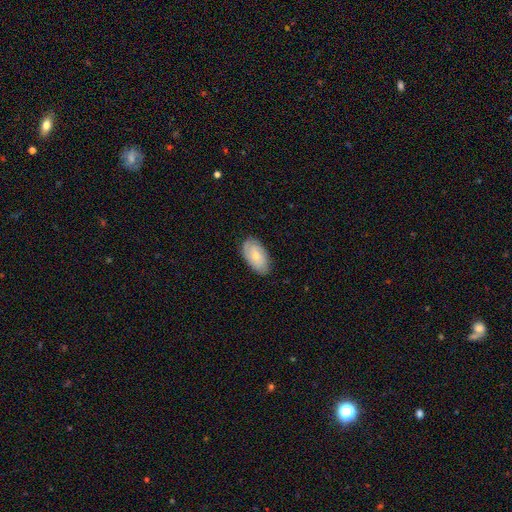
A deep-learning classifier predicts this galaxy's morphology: This appears to be a featured or disk galaxy (49%). Merging: none (80%).